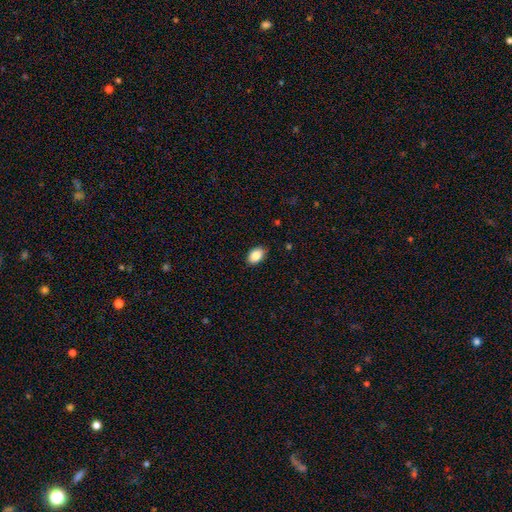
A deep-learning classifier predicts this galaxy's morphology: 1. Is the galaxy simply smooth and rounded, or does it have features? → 87% smooth, 7% star or artifact, 5% featured or disk.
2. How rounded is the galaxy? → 89% in between, 10% round, 1% cigar-shaped.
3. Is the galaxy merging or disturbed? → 86% none, 11% minor disturbance, 2% major disturbance, 1% merger.